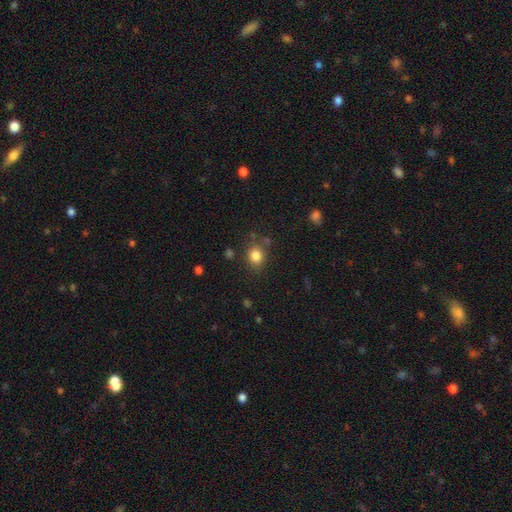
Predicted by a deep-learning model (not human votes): smooth 82%, star or artifact 12%, featured or disk 6%. Down the decision tree: how rounded — round (66%); merging — none (78%).